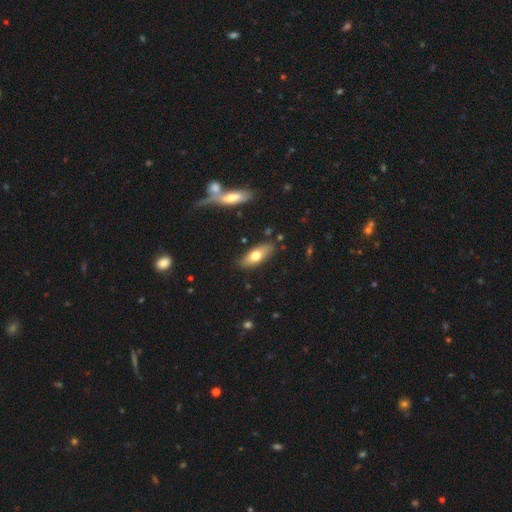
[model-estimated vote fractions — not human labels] A smooth galaxy with no disk features (68%) that is in between round and cigar-shaped (73%).

Vote fractions:
- Smooth or featured? smooth: 68% / featured or disk: 26% / star or artifact: 6%
- How rounded? in between: 73% / cigar-shaped: 24% / round: 3%
- Merging? none: 81% / minor disturbance: 13% / merger: 3% / major disturbance: 3%